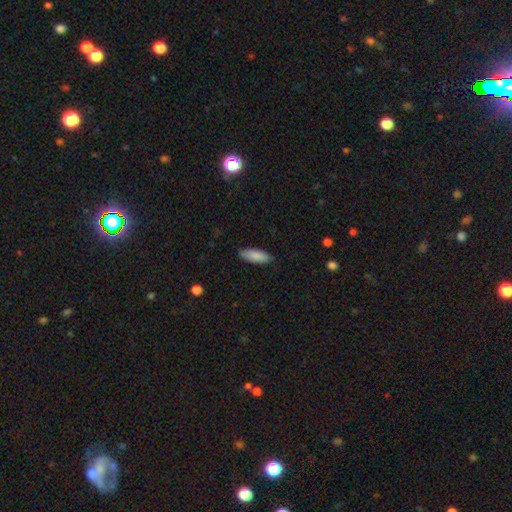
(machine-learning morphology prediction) A smooth galaxy with no disk features (88%) that is in between round and cigar-shaped (66%). Merging: none (86%).